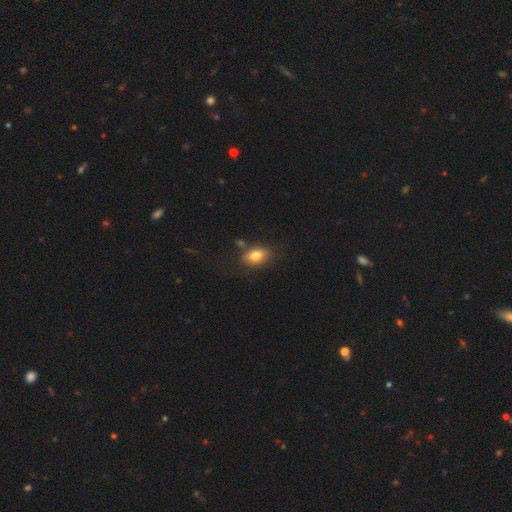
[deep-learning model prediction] smooth_or_featured: smooth (p=0.78) [alt: featured or disk p=0.13]
how_rounded: in between (p=0.83) [alt: round p=0.13]
merging: none (p=0.74) [alt: minor disturbance p=0.15]